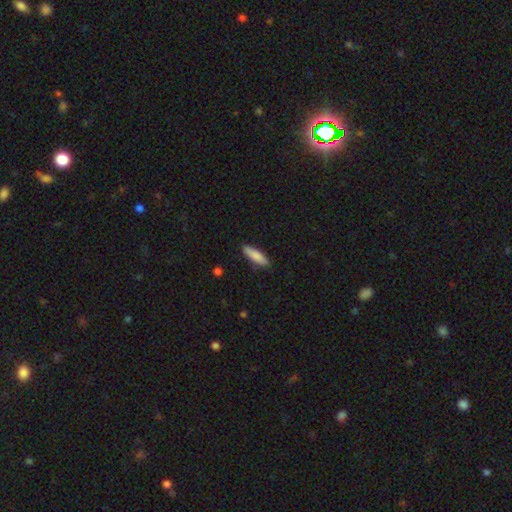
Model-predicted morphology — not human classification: Smooth or featured? Predicted: smooth (p=0.83). How rounded? Predicted: cigar-shaped (p=0.62). Merging? Predicted: none (p=0.87).